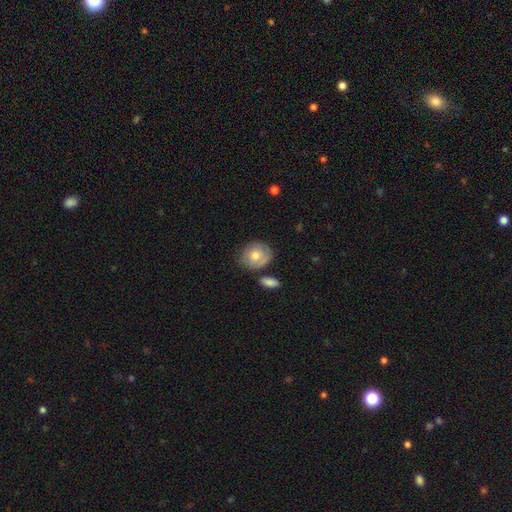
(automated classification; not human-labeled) Smooth or featured? smooth (66%)
How rounded? round (63%)
Merging? none (63%)